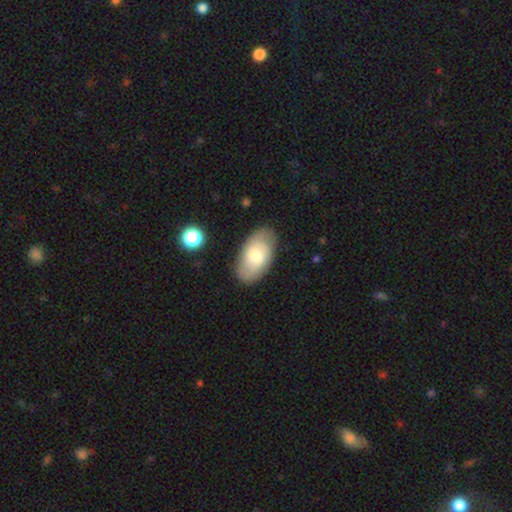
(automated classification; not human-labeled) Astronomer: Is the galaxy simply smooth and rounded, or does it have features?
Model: smooth — 62%.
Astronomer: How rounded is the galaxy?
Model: in between — 94%.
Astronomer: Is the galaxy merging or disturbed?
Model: none — 81%.